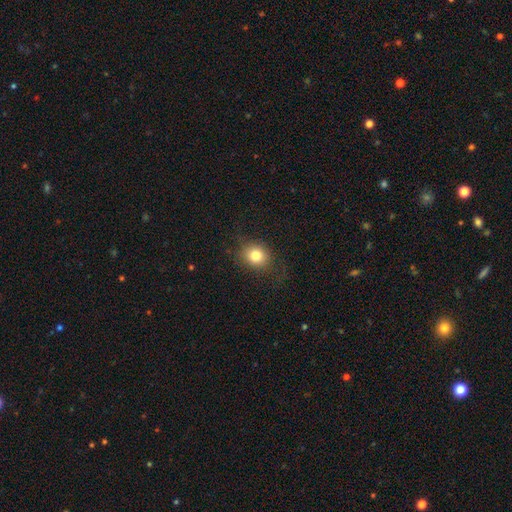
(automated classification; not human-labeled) Smooth or featured? Predicted: smooth (p=0.79). How rounded? Predicted: round (p=0.72). Merging? Predicted: none (p=0.77).